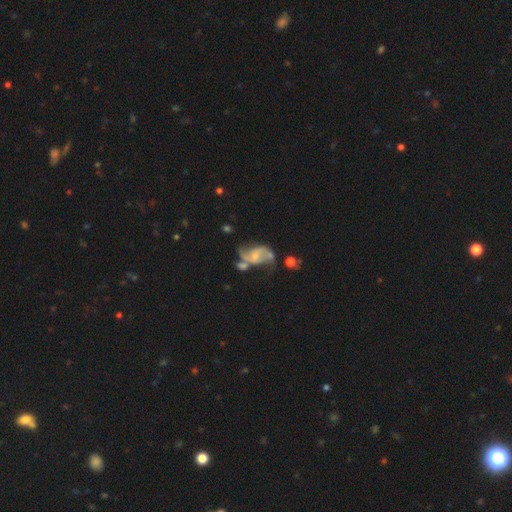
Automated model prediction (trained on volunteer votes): Smooth or featured: featured or disk — 74% (smooth — 17%)
Edge-on disk: no — 97% (yes — 3%)
Bar: no — 52% (weak — 38%)
Spiral arms: yes — 86% (no — 14%)
Spiral winding: loose — 62% (medium — 30%)
Spiral arm count: 2 — 83% (can't tell — 7%)
Bulge size: small — 51% (none — 25%)
Merging: none — 30% (merger — 29%)